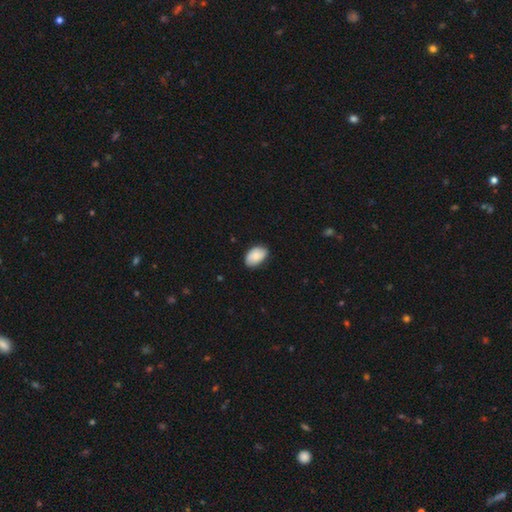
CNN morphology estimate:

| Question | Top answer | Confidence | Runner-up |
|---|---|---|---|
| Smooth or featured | smooth | 78% | featured or disk (15%) |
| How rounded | in between | 91% | round (8%) |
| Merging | none | 77% | minor disturbance (19%) |